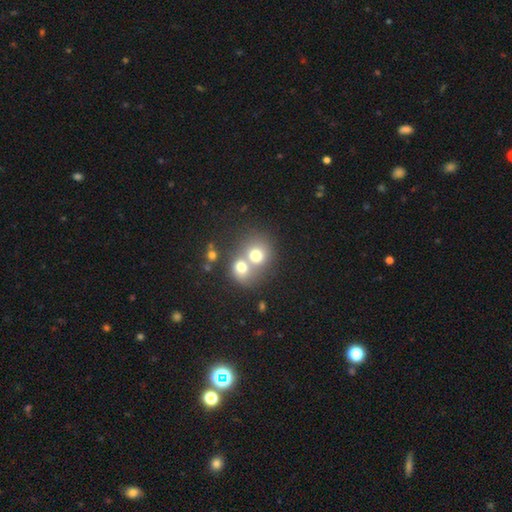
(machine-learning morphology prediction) smooth-or-featured: smooth: 69% | featured or disk: 20% | star or artifact: 12%
  how-rounded: round: 73% | in between: 26% | cigar-shaped: 1%
  merging: merger: 67% | none: 24% | minor disturbance: 5% | major disturbance: 3%